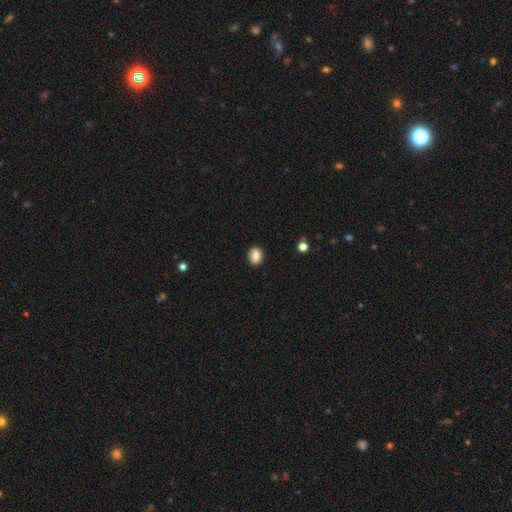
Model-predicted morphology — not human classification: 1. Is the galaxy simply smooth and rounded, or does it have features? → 85% smooth, 9% star or artifact, 6% featured or disk.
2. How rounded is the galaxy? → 50% round, 49% in between, 1% cigar-shaped.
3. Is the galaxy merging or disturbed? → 90% none, 7% minor disturbance, 2% major disturbance, 1% merger.